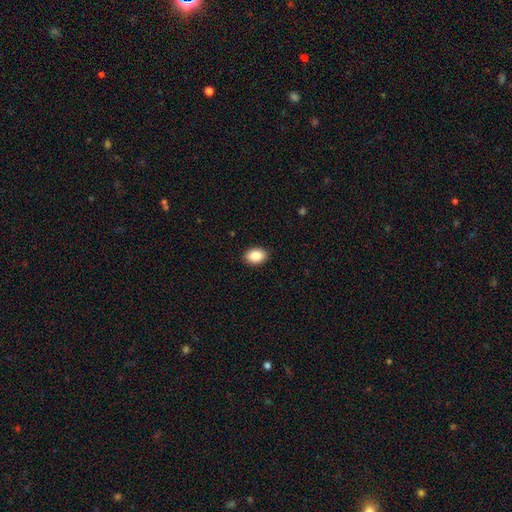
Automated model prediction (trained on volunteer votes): This is clearly a smooth galaxy (88%). How rounded: clearly in between (84%). Merging: clearly none (90%).